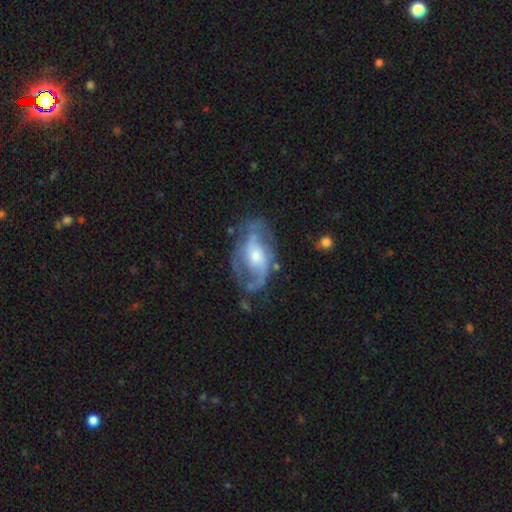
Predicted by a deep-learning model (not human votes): Smooth or featured? featured or disk (81%)
Edge-on disk? no (96%)
Bar? no (49%)
Spiral arms? yes (89%)
Spiral winding? medium (47%)
Spiral arm count? 2 (73%)
Bulge size? moderate (53%)
Merging? none (61%)